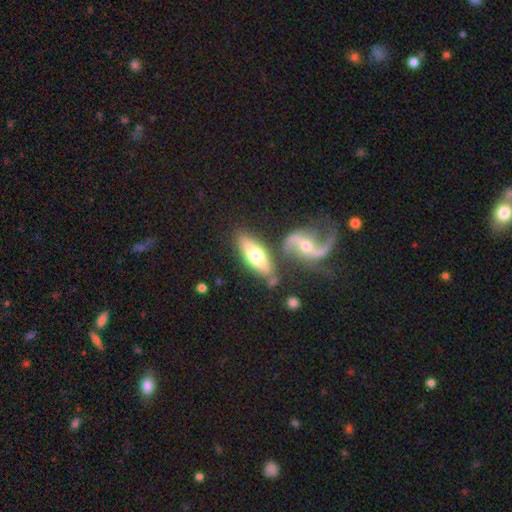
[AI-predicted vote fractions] This is possibly a smooth galaxy (50%). Merging: likely none (65%).